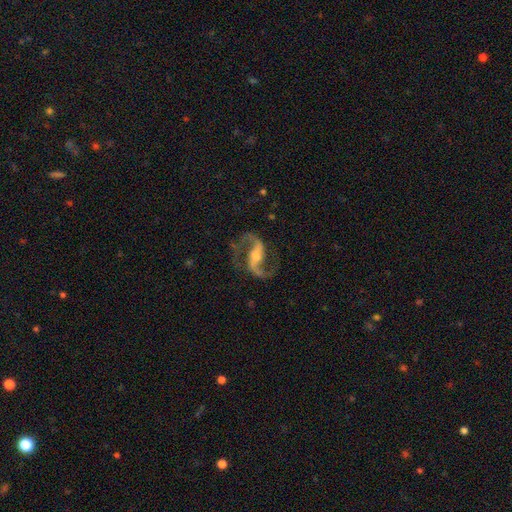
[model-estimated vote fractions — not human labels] Morphology: type=featured or disk (92%); edge-on=no (97%); bar=weak (40%); spiral arms=yes (98%); winding=medium (48%); arm count=2 (94%); bulge=moderate (49%); merging=none (77%).